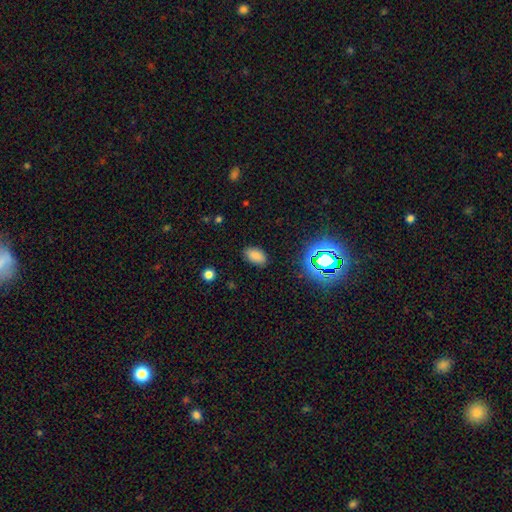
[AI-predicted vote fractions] Q: Smooth or featured?
A: smooth (79%); runner-up: star or artifact (16%)
Q: How rounded?
A: in between (91%); runner-up: round (7%)
Q: Merging?
A: none (85%); runner-up: minor disturbance (11%)